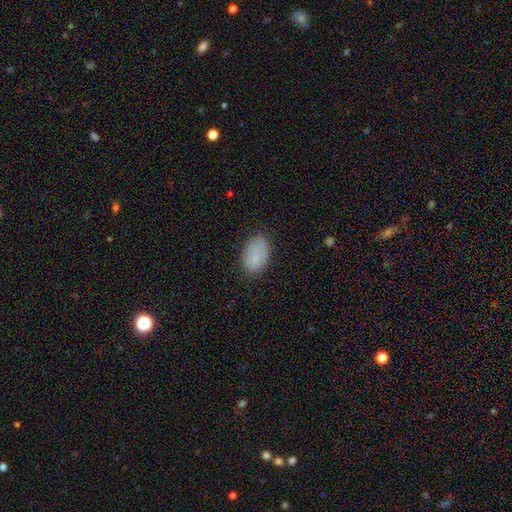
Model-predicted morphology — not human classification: This is clearly a smooth galaxy (83%). How rounded: clearly in between (91%). Merging: likely none (75%).